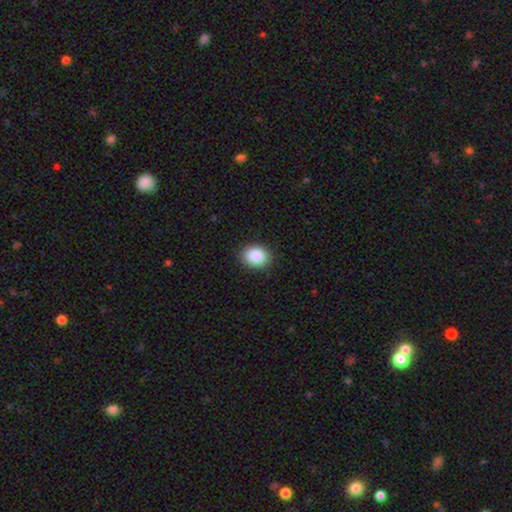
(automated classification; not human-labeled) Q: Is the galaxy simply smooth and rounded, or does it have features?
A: smooth — 88%.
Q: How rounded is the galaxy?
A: round — 52%.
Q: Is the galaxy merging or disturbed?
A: none — 89%.